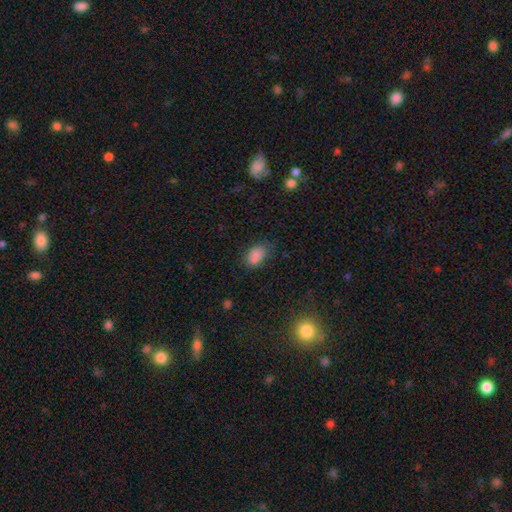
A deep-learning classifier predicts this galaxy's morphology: A smooth galaxy with no disk features (81%) that is in between round and cigar-shaped (86%).

Vote fractions:
- Smooth or featured? smooth: 81% / star or artifact: 12% / featured or disk: 7%
- How rounded? in between: 86% / round: 13% / cigar-shaped: 2%
- Merging? none: 59% / minor disturbance: 24% / merger: 9% / major disturbance: 8%